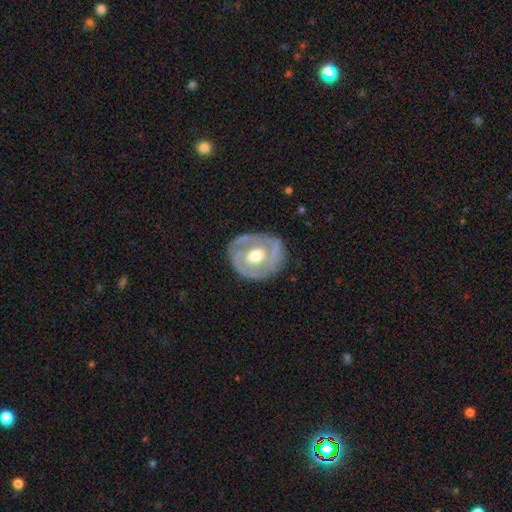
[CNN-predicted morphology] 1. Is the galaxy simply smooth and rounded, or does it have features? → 75% featured or disk, 21% smooth, 5% star or artifact.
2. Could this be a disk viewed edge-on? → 96% no, 4% yes.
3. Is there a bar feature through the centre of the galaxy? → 63% no, 28% weak, 9% strong.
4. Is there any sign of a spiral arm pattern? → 62% yes, 38% no.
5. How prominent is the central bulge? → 68% moderate, 22% large, 8% small, 1% dominant, 1% none.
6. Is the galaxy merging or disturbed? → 74% none, 18% minor disturbance, 7% major disturbance, 2% merger.